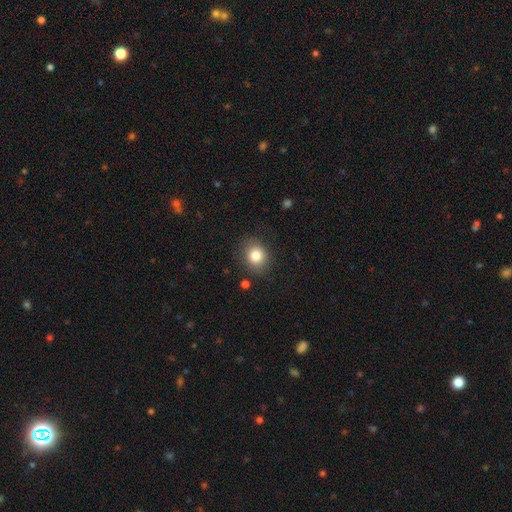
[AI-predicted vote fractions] Smooth or featured?
  - smooth: 81% *
  - star or artifact: 11%
  - featured or disk: 8%
How rounded?
  - round: 66% *
  - in between: 33%
  - cigar-shaped: 1%
Merging?
  - none: 85% *
  - minor disturbance: 10%
  - major disturbance: 3%
  - merger: 2%